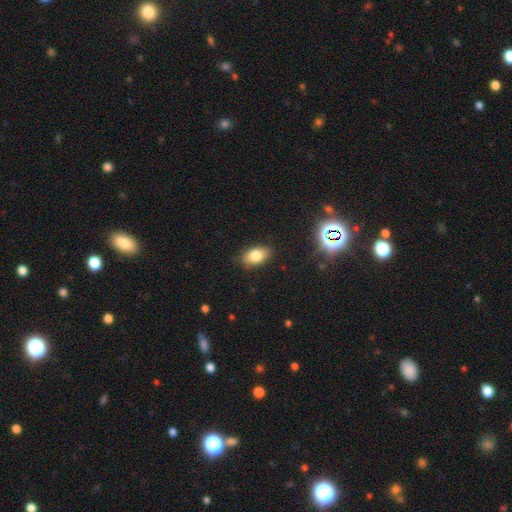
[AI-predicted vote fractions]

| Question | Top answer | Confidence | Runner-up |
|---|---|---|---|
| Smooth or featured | smooth | 80% | featured or disk (10%) |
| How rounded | in between | 89% | round (8%) |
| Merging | none | 84% | minor disturbance (12%) |